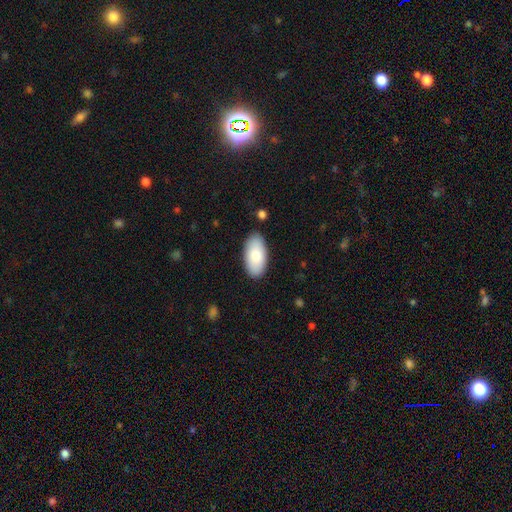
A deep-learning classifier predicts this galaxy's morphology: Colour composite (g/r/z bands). It shows a smooth galaxy with no disk features (82%) that is in between round and cigar-shaped (95%). Merging: none (87%).